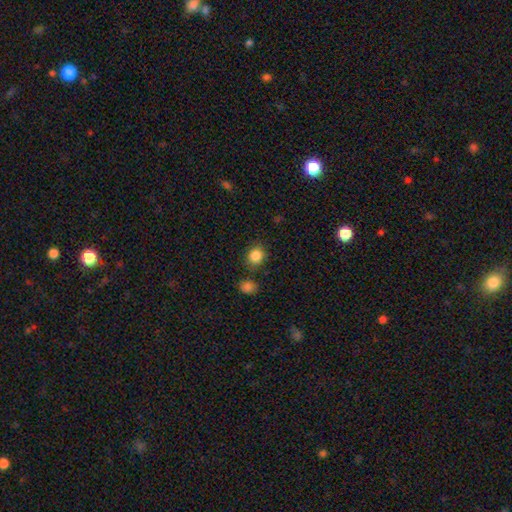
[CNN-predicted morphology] smooth 86%, star or artifact 10%, featured or disk 4%. Down the decision tree: how rounded — round (76%); merging — none (80%).